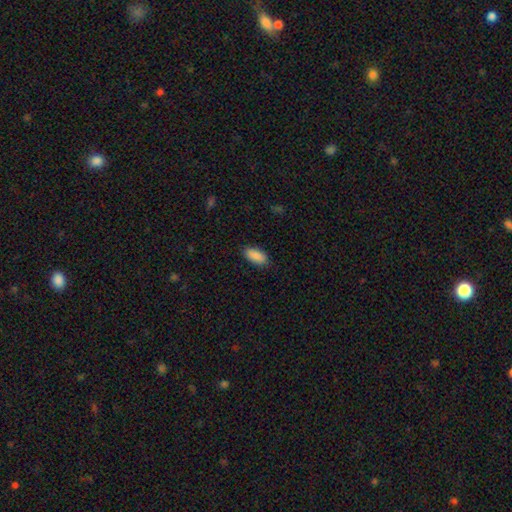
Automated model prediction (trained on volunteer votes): A smooth galaxy with no disk features (90%) that is in between round and cigar-shaped (91%).

Vote fractions:
- Smooth or featured? smooth: 90% / star or artifact: 6% / featured or disk: 3%
- How rounded? in between: 91% / cigar-shaped: 7% / round: 2%
- Merging? none: 87% / minor disturbance: 10% / major disturbance: 2% / merger: 1%